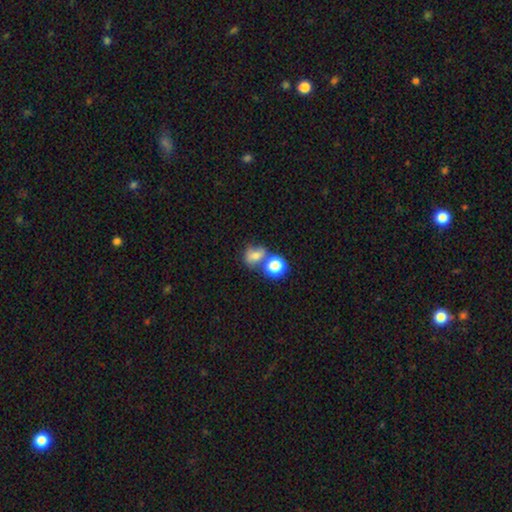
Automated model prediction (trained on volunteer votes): The model was most divided on "merging": none: 44%, merger: 33%, minor disturbance: 15%, major disturbance: 8%. More confident: smooth or featured — smooth (67%); how rounded — round (57%).